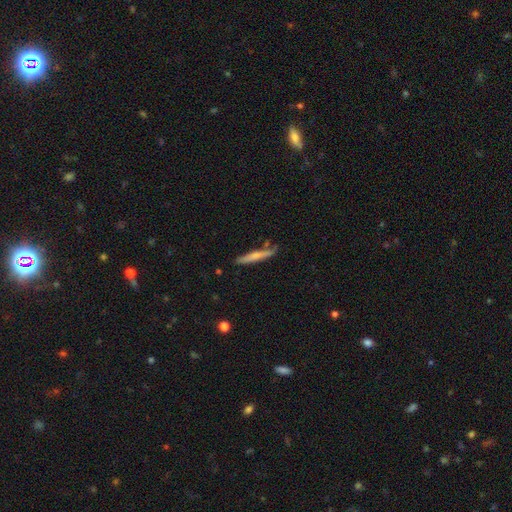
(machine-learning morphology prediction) smooth-or-featured: smooth: 60% | featured or disk: 34% | star or artifact: 6%
  how-rounded: cigar-shaped: 94% | in between: 4% | round: 1%
  merging: none: 79% | minor disturbance: 14% | merger: 4% | major disturbance: 2%